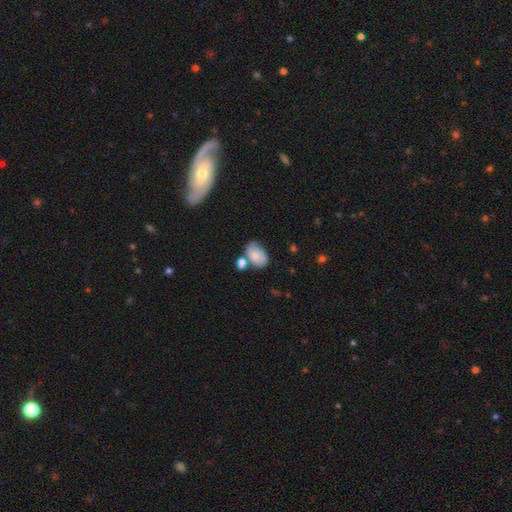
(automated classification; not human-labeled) This is likely a smooth galaxy (76%). How rounded: clearly in between (85%). Merging: marginally none (44%).